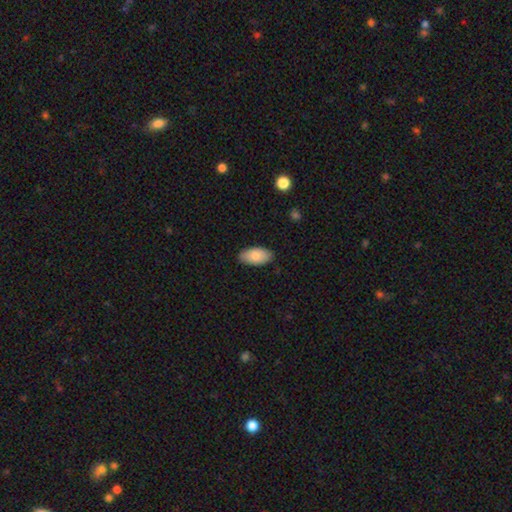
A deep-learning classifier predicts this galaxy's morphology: type=smooth (84%); roundness=in between (95%); merging=none (85%).